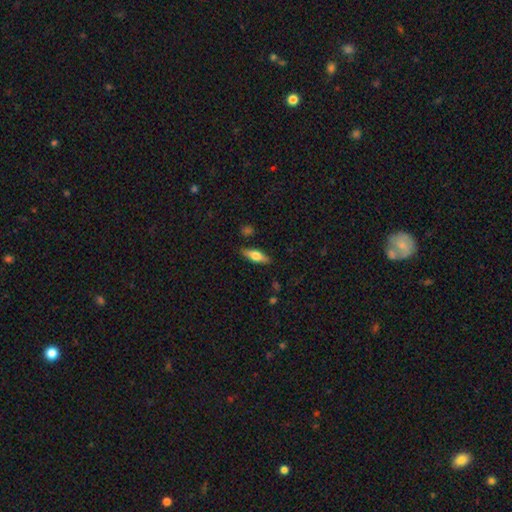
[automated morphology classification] smooth 59%, featured or disk 34%, star or artifact 7%. Down the decision tree: how rounded — in between (54%); merging — none (86%).